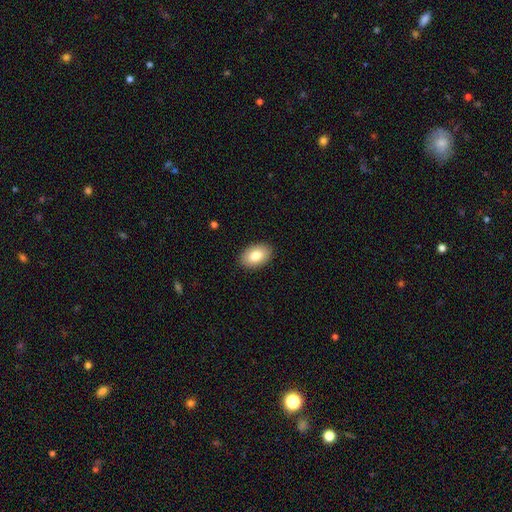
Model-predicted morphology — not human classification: type=smooth (82%); roundness=in between (89%); merging=none (89%).